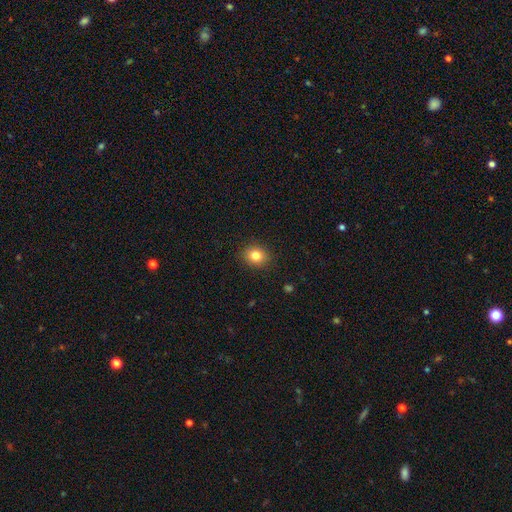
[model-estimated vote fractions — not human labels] Smooth or featured? smooth (82%)
How rounded? round (64%)
Merging? none (89%)